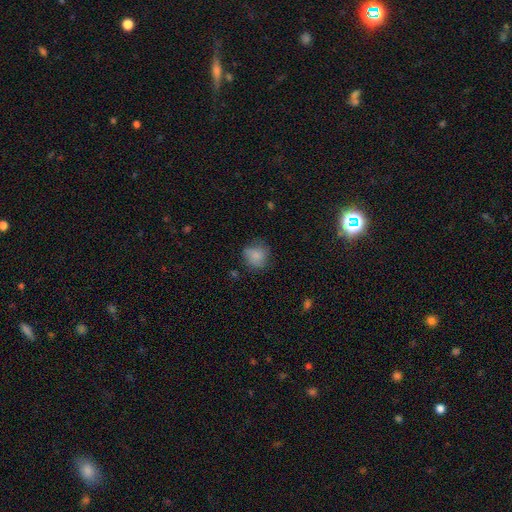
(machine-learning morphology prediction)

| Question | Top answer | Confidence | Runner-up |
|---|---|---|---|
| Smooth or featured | smooth | 78% | featured or disk (13%) |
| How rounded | round | 80% | in between (19%) |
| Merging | none | 66% | minor disturbance (24%) |